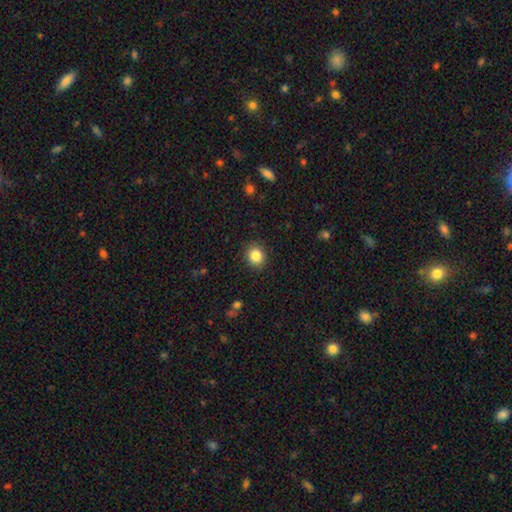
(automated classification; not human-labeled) smooth-or-featured: smooth: 85% | star or artifact: 10% | featured or disk: 4%
  how-rounded: round: 77% | in between: 22% | cigar-shaped: 1%
  merging: none: 89% | minor disturbance: 7% | major disturbance: 2% | merger: 1%